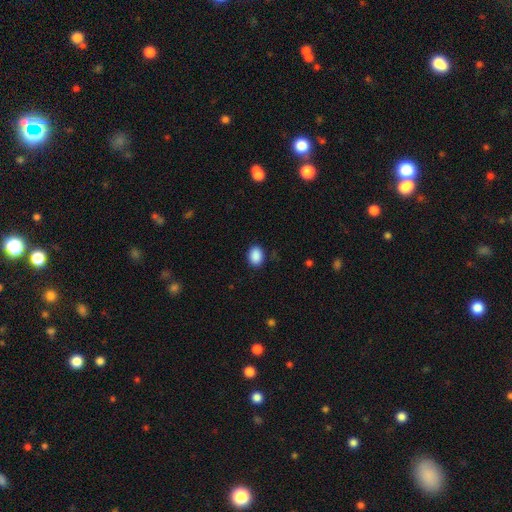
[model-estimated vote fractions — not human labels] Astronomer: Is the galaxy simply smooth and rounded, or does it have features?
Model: smooth — 90%.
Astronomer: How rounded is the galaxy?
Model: in between — 74%.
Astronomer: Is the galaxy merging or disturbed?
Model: none — 88%.